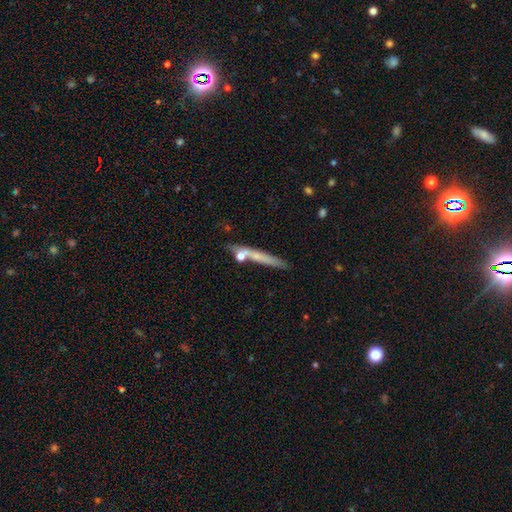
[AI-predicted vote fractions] Smooth or featured? smooth (53%)
How rounded? cigar-shaped (94%)
Merging? none (76%)